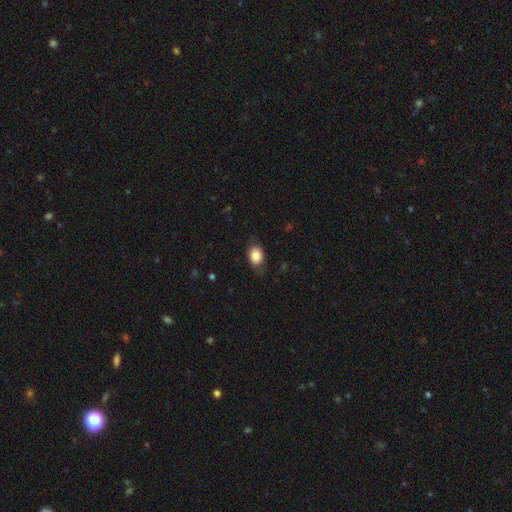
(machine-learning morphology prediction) smooth 84%, featured or disk 8%, star or artifact 8%. Down the decision tree: how rounded — in between (77%); merging — none (74%).